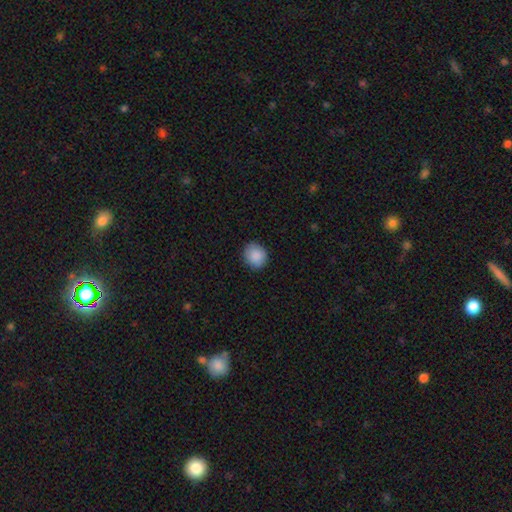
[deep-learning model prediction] A smooth galaxy with no disk features (89%) that is round (76%). Merging: none (87%).